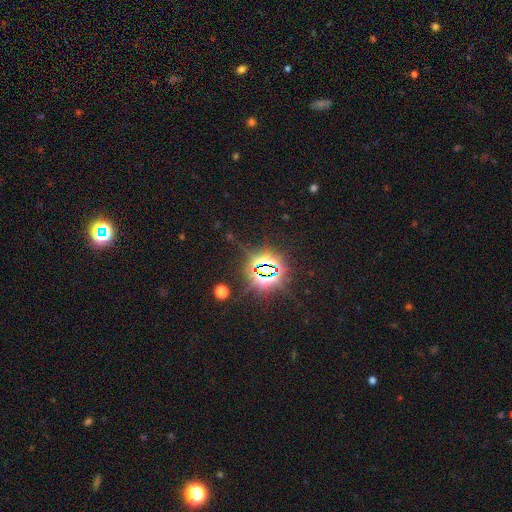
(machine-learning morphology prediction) This is clearly a star or artifact rather than a galaxy (83%).